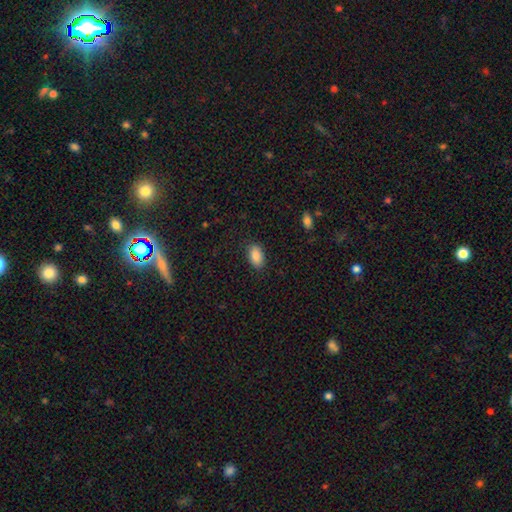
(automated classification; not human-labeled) Overall: smooth (89%). How rounded: in between (93%). Merging: none (87%).